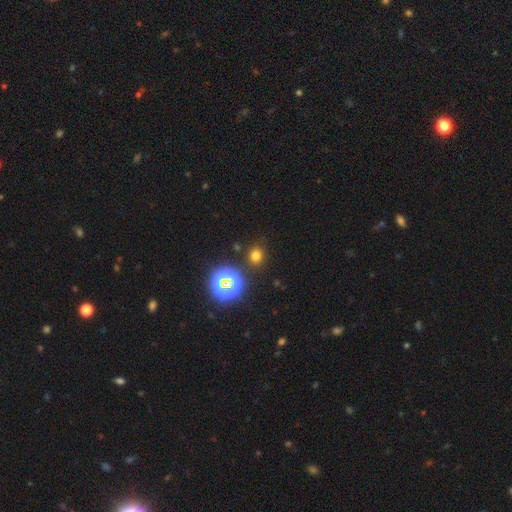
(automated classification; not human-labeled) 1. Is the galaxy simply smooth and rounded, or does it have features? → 69% smooth, 25% star or artifact, 6% featured or disk.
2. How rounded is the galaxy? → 78% round, 21% in between, 1% cigar-shaped.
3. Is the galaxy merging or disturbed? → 86% none, 8% minor disturbance, 3% merger, 3% major disturbance.